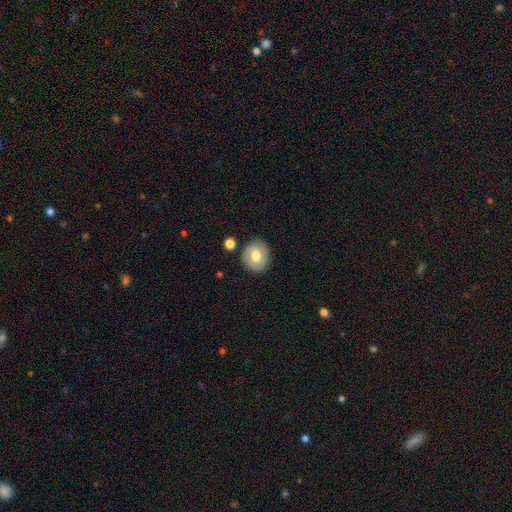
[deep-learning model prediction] smooth_or_featured: smooth (p=0.61) [alt: featured or disk p=0.32]
how_rounded: round (p=0.73) [alt: in between p=0.26]
merging: none (p=0.79) [alt: minor disturbance p=0.14]